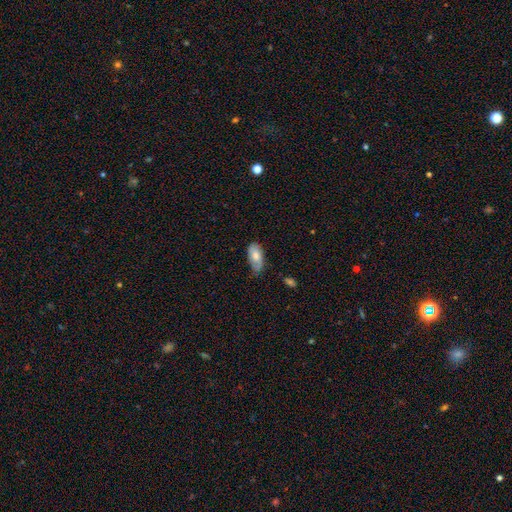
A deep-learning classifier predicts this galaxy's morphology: Smooth or featured?
  - smooth: 69% *
  - featured or disk: 24%
  - star or artifact: 6%
How rounded?
  - in between: 93% *
  - cigar-shaped: 4%
  - round: 3%
Merging?
  - none: 57% *
  - minor disturbance: 34%
  - major disturbance: 7%
  - merger: 2%